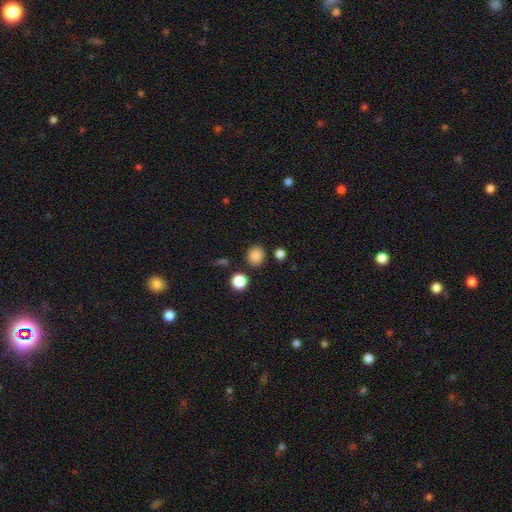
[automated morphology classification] This is clearly a smooth galaxy (85%). How rounded: likely round (79%). Merging: clearly none (84%).